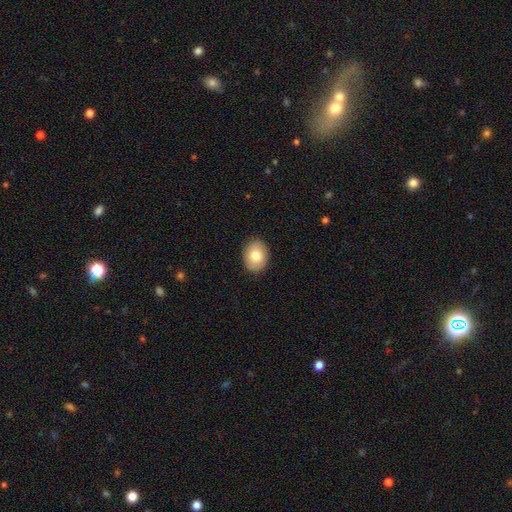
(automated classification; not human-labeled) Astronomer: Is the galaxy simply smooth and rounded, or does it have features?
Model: smooth — 78%.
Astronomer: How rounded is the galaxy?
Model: in between — 66%.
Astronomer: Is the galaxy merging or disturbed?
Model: none — 89%.